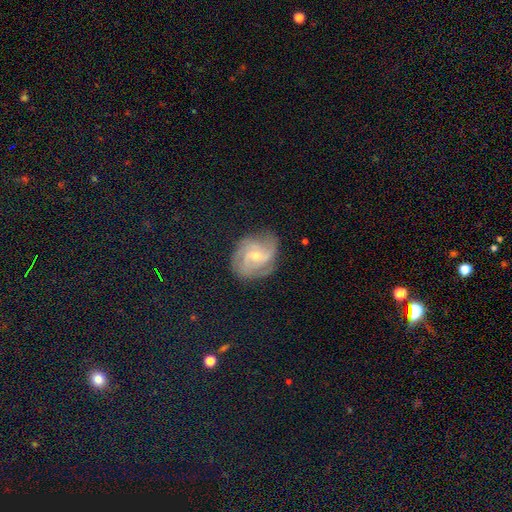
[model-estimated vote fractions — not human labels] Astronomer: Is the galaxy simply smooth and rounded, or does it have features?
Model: featured or disk — 79%.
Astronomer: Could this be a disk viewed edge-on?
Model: no — 98%.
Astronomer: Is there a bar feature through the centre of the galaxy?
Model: no — 55% (runner-up: weak, 37%).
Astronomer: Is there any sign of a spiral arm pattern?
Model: yes — 96%.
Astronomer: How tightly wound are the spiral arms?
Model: tight — 47% (runner-up: medium, 41%).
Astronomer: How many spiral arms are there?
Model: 3 — 38% (runner-up: can't tell, 20%).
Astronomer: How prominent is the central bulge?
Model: small — 54% (runner-up: moderate, 43%).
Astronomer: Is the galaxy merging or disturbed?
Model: none — 74%.